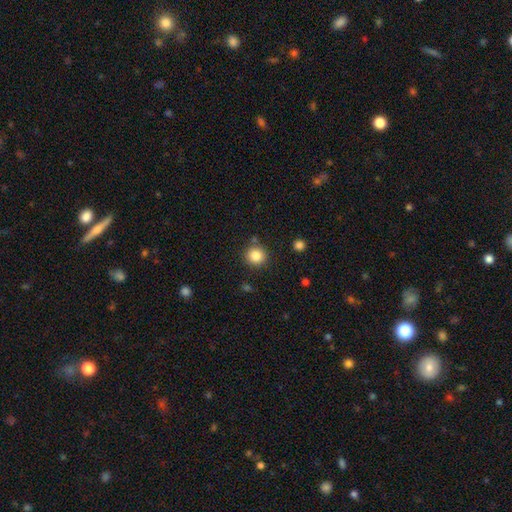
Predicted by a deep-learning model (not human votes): Smooth or featured?
  - smooth: 84% *
  - star or artifact: 10%
  - featured or disk: 5%
How rounded?
  - round: 93% *
  - in between: 6%
  - cigar-shaped: 1%
Merging?
  - none: 85% *
  - minor disturbance: 8%
  - merger: 4%
  - major disturbance: 3%